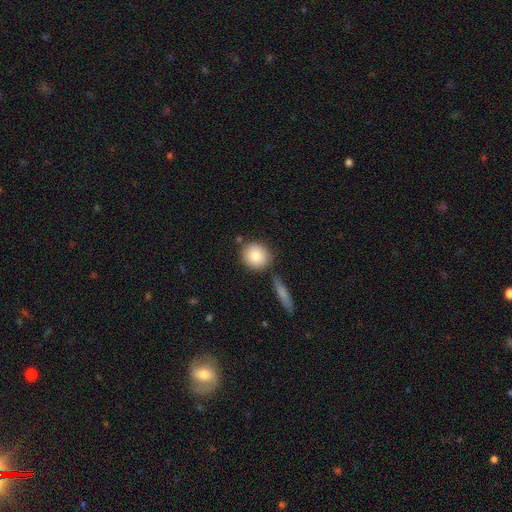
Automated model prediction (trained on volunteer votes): Smooth or featured? Predicted: smooth (p=0.83). How rounded? Predicted: round (p=0.86). Merging? Predicted: none (p=0.75).